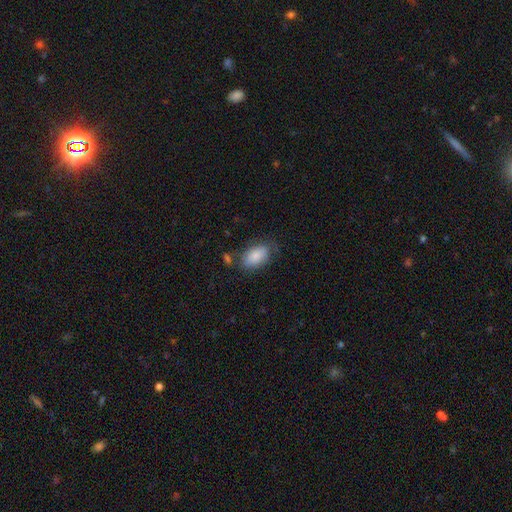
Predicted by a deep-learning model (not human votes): smooth-or-featured: smooth: 85% | featured or disk: 9% | star or artifact: 7%
  how-rounded: in between: 93% | round: 5% | cigar-shaped: 3%
  merging: none: 68% | minor disturbance: 20% | major disturbance: 7% | merger: 5%